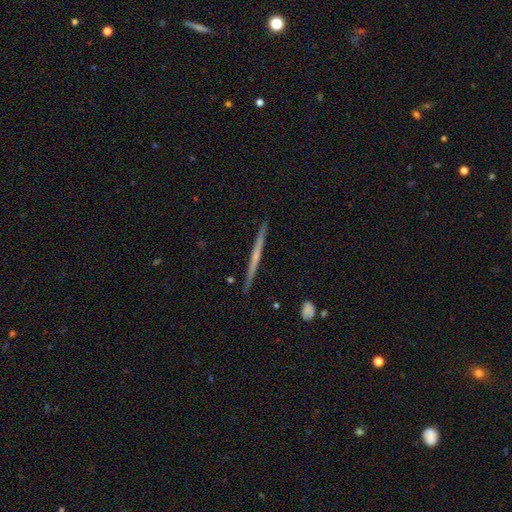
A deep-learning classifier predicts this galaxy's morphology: A featured or disk galaxy (64%) viewed edge-on (98%) with no central bulge (71%).

Vote fractions:
- Smooth or featured? featured or disk: 64% / smooth: 30% / star or artifact: 6%
- Edge-on disk? yes: 98% / no: 2%
- Edge-on bulge? none: 71% / rounded: 24% / boxy: 5%
- Merging? none: 92% / minor disturbance: 6% / major disturbance: 1% / merger: 1%